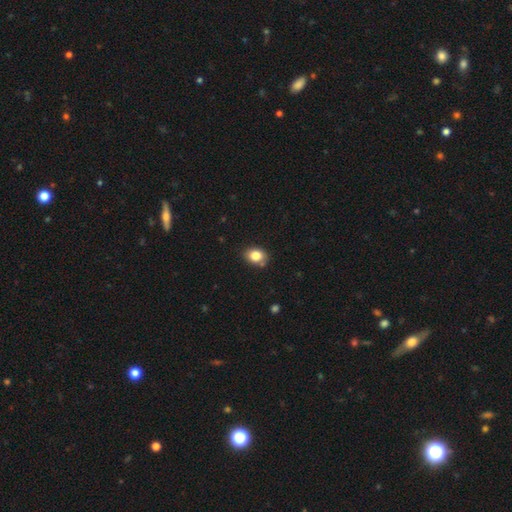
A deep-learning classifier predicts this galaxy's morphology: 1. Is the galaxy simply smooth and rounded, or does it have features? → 83% smooth, 10% star or artifact, 7% featured or disk.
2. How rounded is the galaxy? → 58% in between, 41% round, 1% cigar-shaped.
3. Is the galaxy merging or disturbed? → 78% none, 15% minor disturbance, 4% merger, 3% major disturbance.